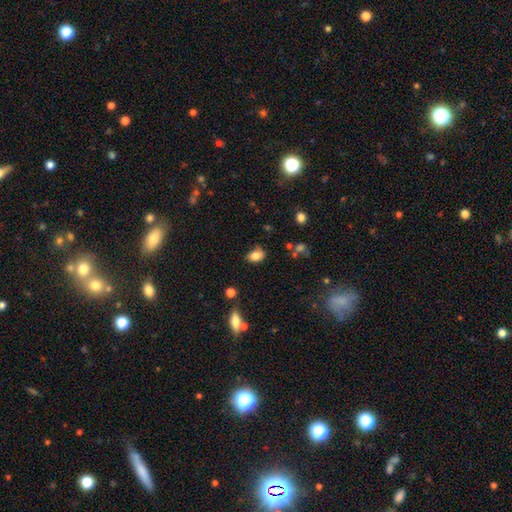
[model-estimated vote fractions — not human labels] Smooth or featured: smooth — 80% (featured or disk — 10%)
How rounded: in between — 77% (round — 22%)
Merging: none — 62% (minor disturbance — 27%)